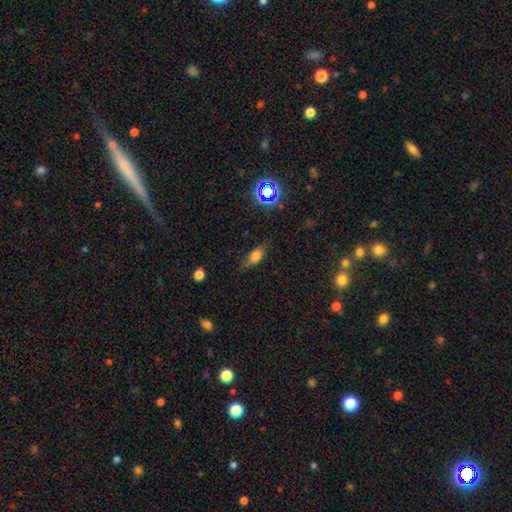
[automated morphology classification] type=smooth (64%); roundness=in between (72%); merging=none (71%).